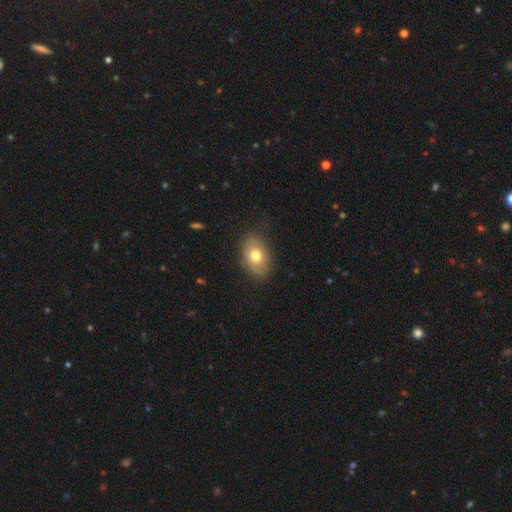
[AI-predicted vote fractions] Smooth or featured: smooth — 73% (featured or disk — 19%)
How rounded: in between — 83% (round — 15%)
Merging: none — 80% (minor disturbance — 15%)